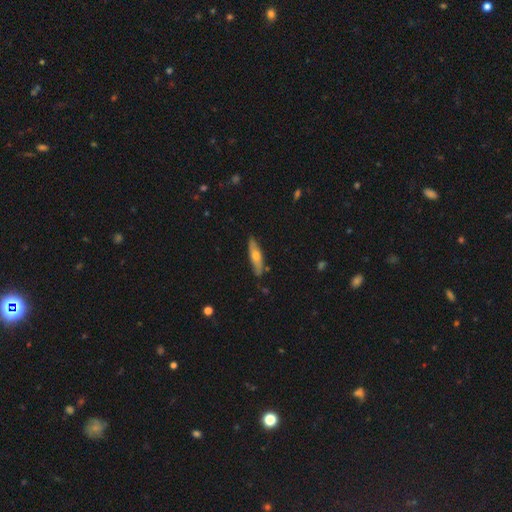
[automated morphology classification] This is possibly a featured or disk galaxy (49%). Merging: clearly none (84%).